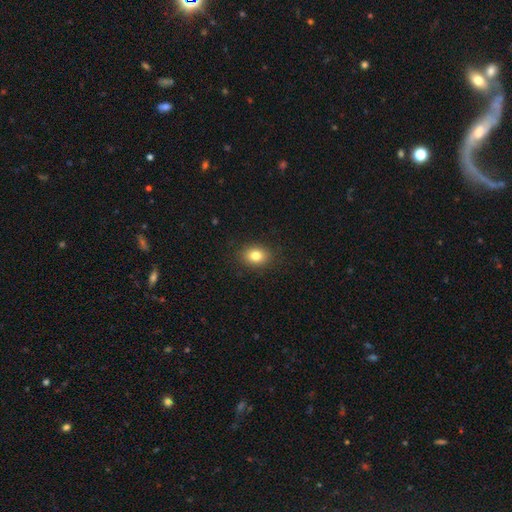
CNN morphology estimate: Smooth or featured?
  - smooth: 81% *
  - star or artifact: 10%
  - featured or disk: 8%
How rounded?
  - in between: 57% *
  - round: 42%
  - cigar-shaped: 1%
Merging?
  - none: 88% *
  - minor disturbance: 8%
  - major disturbance: 2%
  - merger: 1%